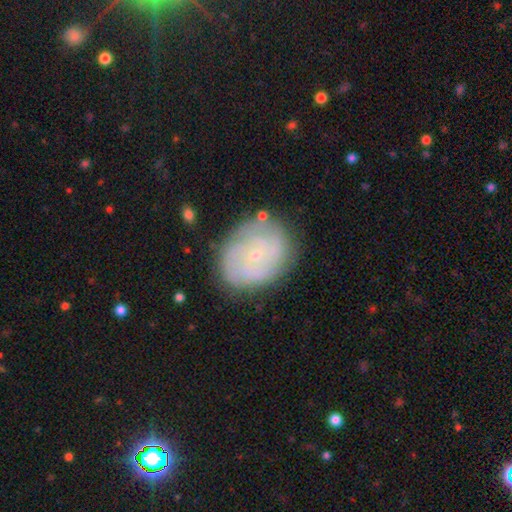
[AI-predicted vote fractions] Smooth or featured: featured or disk — 70% (smooth — 23%)
Edge-on disk: no — 97% (yes — 3%)
Bar: no — 79% (weak — 18%)
Spiral arms: yes — 86% (no — 14%)
Spiral winding: tight — 63% (medium — 28%)
Spiral arm count: can't tell — 40% (2 — 18%)
Bulge size: small — 86% (moderate — 10%)
Merging: none — 77% (minor disturbance — 16%)